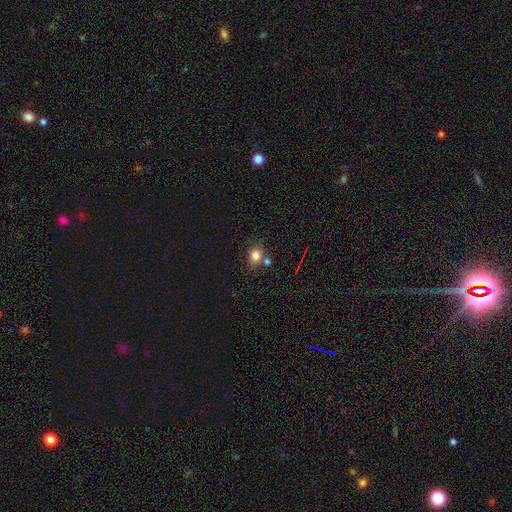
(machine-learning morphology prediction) A smooth galaxy with no disk features (80%) that is round (61%). Merging: none (66%).